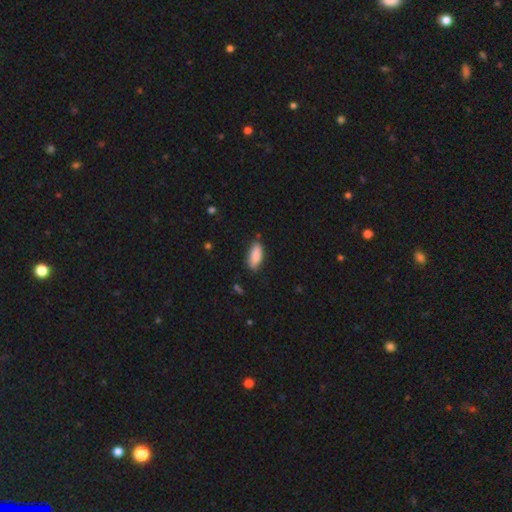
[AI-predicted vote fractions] Q: Smooth or featured?
A: smooth (88%); runner-up: star or artifact (6%)
Q: How rounded?
A: in between (84%); runner-up: cigar-shaped (14%)
Q: Merging?
A: none (78%); runner-up: minor disturbance (17%)